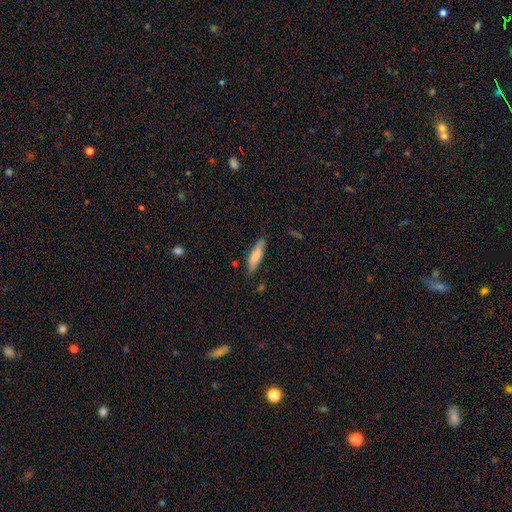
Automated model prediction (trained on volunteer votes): Q: Smooth or featured?
A: smooth (79%); runner-up: featured or disk (15%)
Q: How rounded?
A: cigar-shaped (65%); runner-up: in between (34%)
Q: Merging?
A: none (78%); runner-up: minor disturbance (17%)